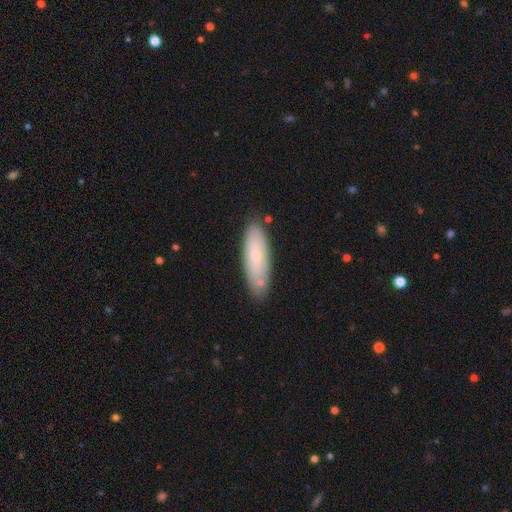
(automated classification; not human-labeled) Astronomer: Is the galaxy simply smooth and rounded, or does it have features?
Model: smooth — 61%.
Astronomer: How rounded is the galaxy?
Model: in between — 53% (runner-up: cigar-shaped, 46%).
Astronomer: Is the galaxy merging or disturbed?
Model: none — 81%.